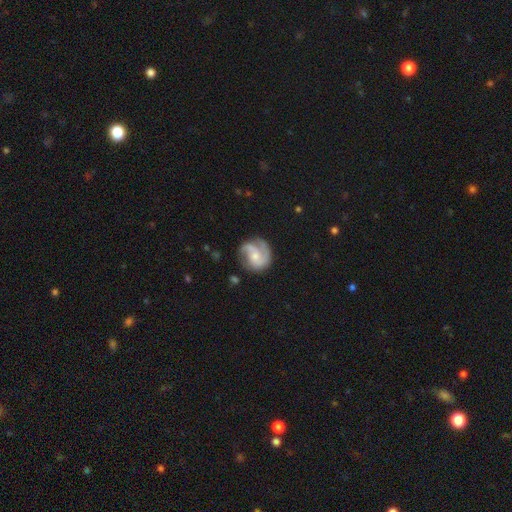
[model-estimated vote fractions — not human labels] smooth_or_featured: featured or disk (p=0.79) [alt: smooth p=0.16]
disk_edge_on: no (p=0.98) [alt: yes p=0.02]
bar: no (p=0.59) [alt: weak p=0.33]
has_spiral_arms: yes (p=0.95) [alt: no p=0.05]
spiral_winding: medium (p=0.48) [alt: tight p=0.32]
spiral_arm_count: 2 (p=0.65) [alt: 3 p=0.13]
bulge_size: small (p=0.53) [alt: moderate p=0.37]
merging: none (p=0.69) [alt: minor disturbance p=0.19]